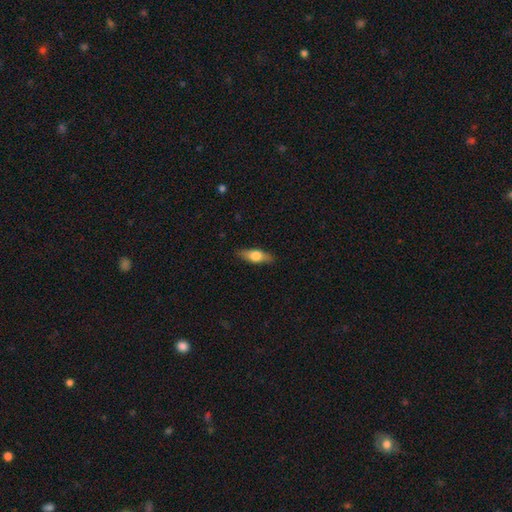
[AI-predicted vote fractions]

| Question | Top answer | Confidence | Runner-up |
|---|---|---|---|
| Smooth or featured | smooth | 55% | featured or disk (38%) |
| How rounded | in between | 59% | cigar-shaped (37%) |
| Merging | none | 87% | minor disturbance (10%) |